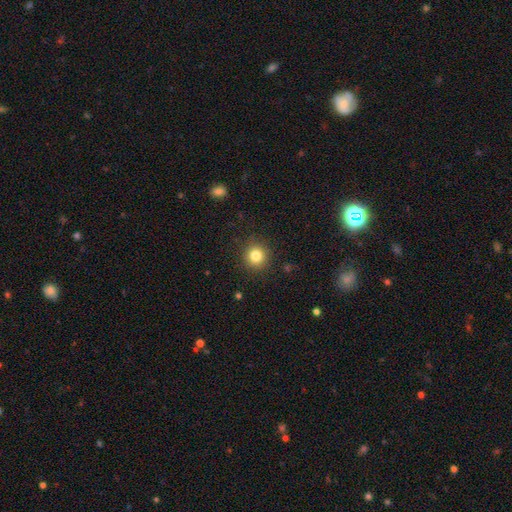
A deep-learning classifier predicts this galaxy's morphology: Smooth or featured? Predicted: smooth (p=0.82). How rounded? Predicted: round (p=0.93). Merging? Predicted: none (p=0.90).